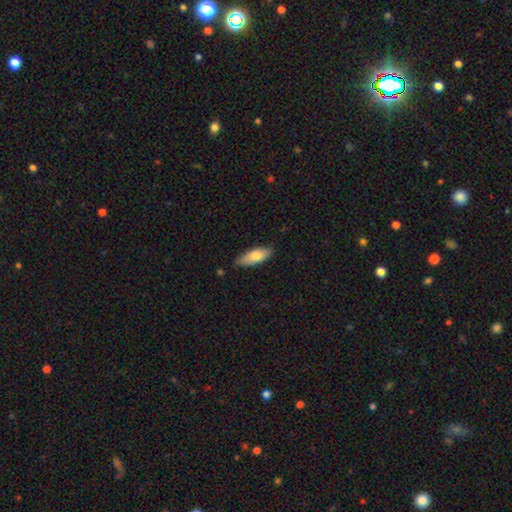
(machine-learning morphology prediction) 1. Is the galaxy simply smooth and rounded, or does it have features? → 73% smooth, 21% featured or disk, 6% star or artifact.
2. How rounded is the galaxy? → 65% in between, 33% cigar-shaped, 2% round.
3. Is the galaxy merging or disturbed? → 78% none, 17% minor disturbance, 3% major disturbance, 2% merger.